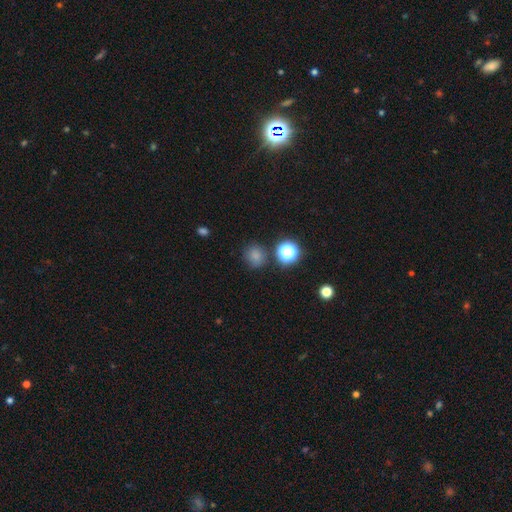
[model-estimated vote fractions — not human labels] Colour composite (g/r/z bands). It shows a smooth galaxy with no disk features (77%) that is round (85%). Merging: none (80%).